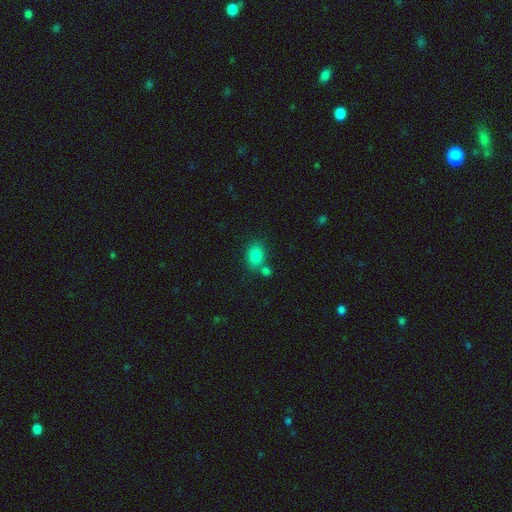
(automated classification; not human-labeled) A smooth galaxy with no disk features (82%) that is in between round and cigar-shaped (64%). Merging: none (64%).